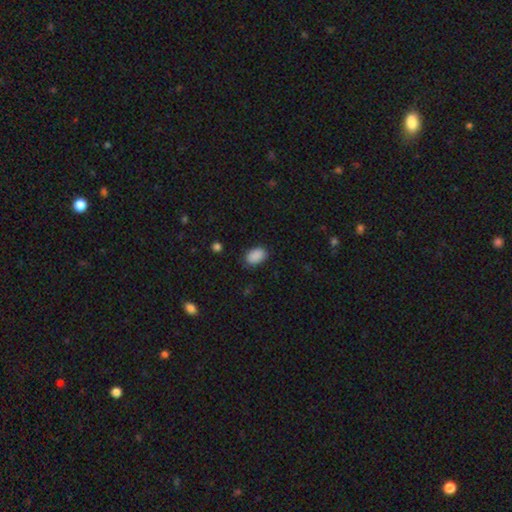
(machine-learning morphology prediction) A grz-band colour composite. It shows a smooth galaxy with no disk features (90%) that is in between round and cigar-shaped (87%). Merging: none (82%).